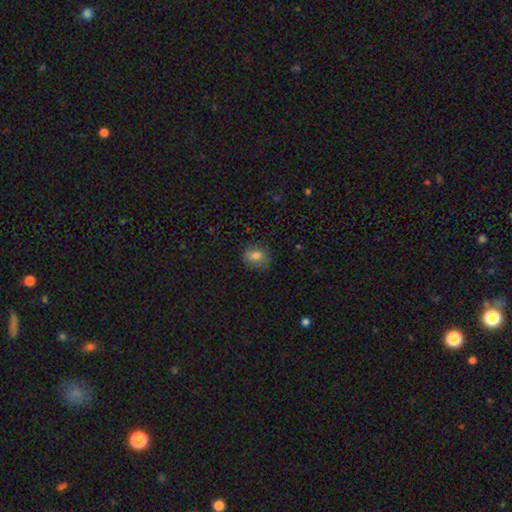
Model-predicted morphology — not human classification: This appears to be a smooth galaxy with no disk features (79%) that is in between round and cigar-shaped (60%). Merging: none (71%).